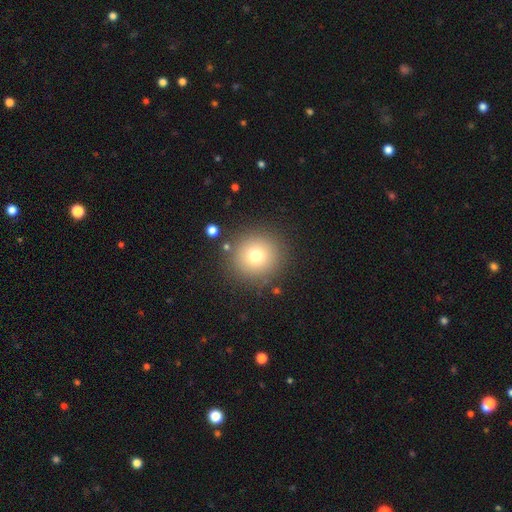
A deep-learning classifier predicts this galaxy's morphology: smooth 75%, star or artifact 14%, featured or disk 12%. Down the decision tree: how rounded — round (94%); merging — none (87%).